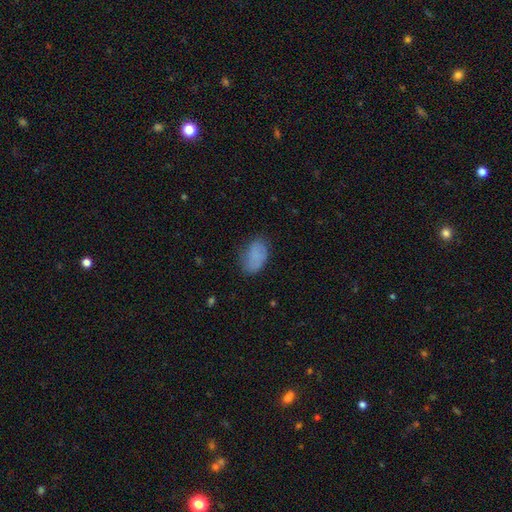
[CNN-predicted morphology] Q: Smooth or featured?
A: smooth (77%); runner-up: featured or disk (14%)
Q: How rounded?
A: in between (89%); runner-up: round (9%)
Q: Merging?
A: none (67%); runner-up: minor disturbance (24%)